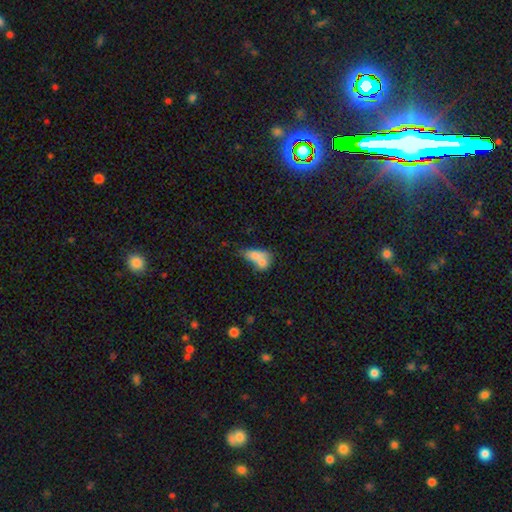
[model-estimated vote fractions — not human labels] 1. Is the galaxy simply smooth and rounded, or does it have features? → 71% smooth, 20% featured or disk, 9% star or artifact.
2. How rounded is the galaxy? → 75% in between, 18% round, 7% cigar-shaped.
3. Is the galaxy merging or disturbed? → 66% merger, 18% none, 9% minor disturbance, 7% major disturbance.